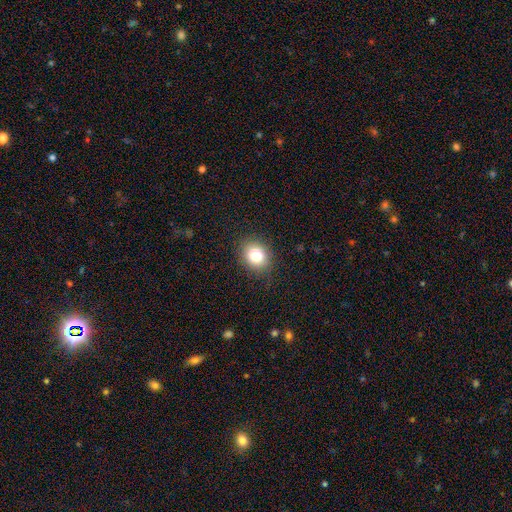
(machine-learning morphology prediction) smooth_or_featured: smooth (p=0.82) [alt: star or artifact p=0.10]
how_rounded: round (p=0.55) [alt: in between p=0.44]
merging: none (p=0.86) [alt: minor disturbance p=0.10]